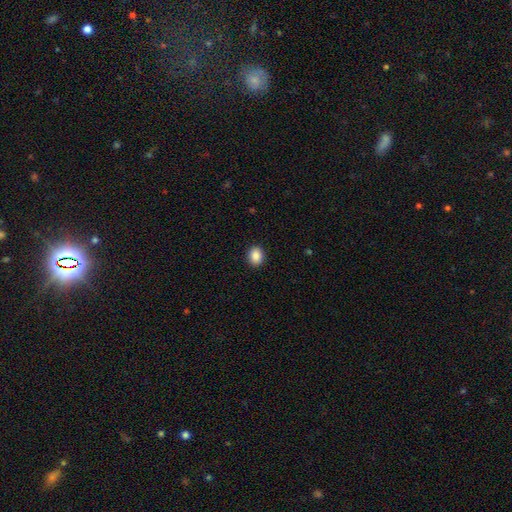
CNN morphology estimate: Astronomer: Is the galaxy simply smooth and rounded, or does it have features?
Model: smooth — 88%.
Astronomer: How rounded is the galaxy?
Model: round — 61% (runner-up: in between, 38%).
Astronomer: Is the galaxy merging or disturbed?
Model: none — 92%.